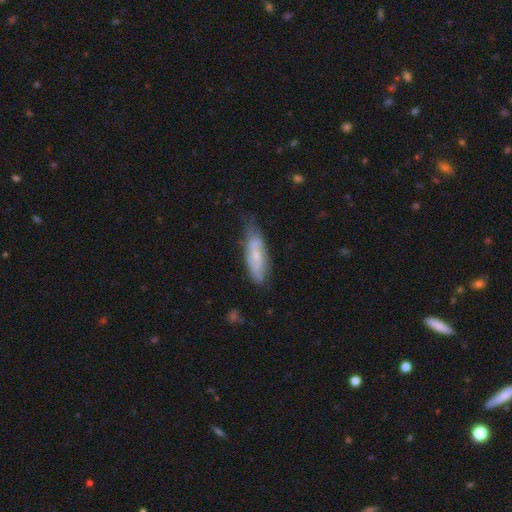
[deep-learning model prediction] A featured or disk galaxy (51%).

Vote fractions:
- Smooth or featured? featured or disk: 51% / smooth: 42% / star or artifact: 7%
- Edge-on disk? no: 75% / yes: 25%
- Merging? none: 52% / minor disturbance: 34% / major disturbance: 11% / merger: 3%